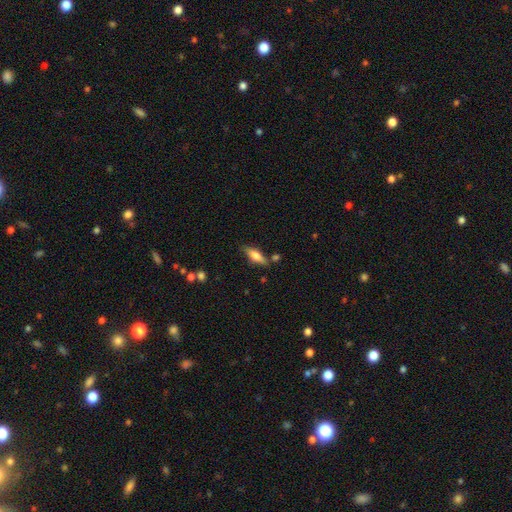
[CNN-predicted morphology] smooth-or-featured: smooth: 59% | featured or disk: 34% | star or artifact: 7%
  how-rounded: in between: 53% | cigar-shaped: 44% | round: 3%
  merging: none: 75% | minor disturbance: 15% | merger: 6% | major disturbance: 4%